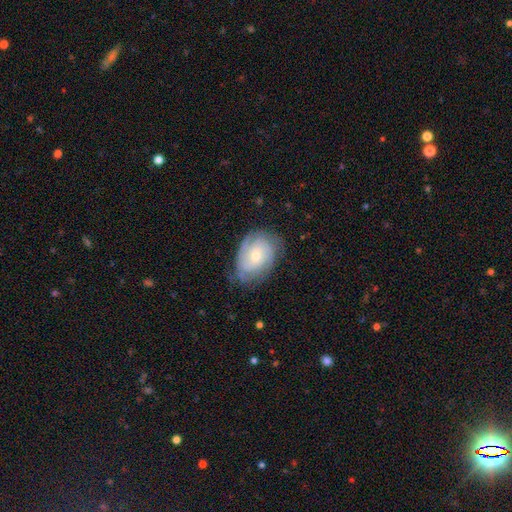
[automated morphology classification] smooth-or-featured: featured or disk: 67% | smooth: 27% | star or artifact: 7%
  disk-edge-on: no: 96% | yes: 4%
    bar: no: 68% | weak: 28% | strong: 4%
    has-spiral-arms: yes: 88% | no: 12%
      spiral-winding: tight: 57% | medium: 32% | loose: 11%
      spiral-arm-count: can't tell: 41% | 2: 27% | 3: 17% | 4: 6% | 1: 5% | more than 4: 4%
    bulge-size: small: 58% | moderate: 38% | large: 2% | none: 1% | dominant: 1%
  merging: none: 67% | minor disturbance: 23% | major disturbance: 8% | merger: 1%